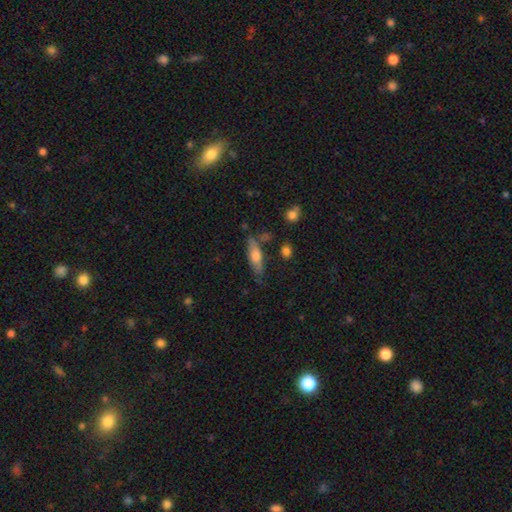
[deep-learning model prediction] smooth_or_featured: smooth (p=0.63) [alt: featured or disk p=0.31]
how_rounded: in between (p=0.52) [alt: cigar-shaped p=0.45]
merging: none (p=0.65) [alt: minor disturbance p=0.22]